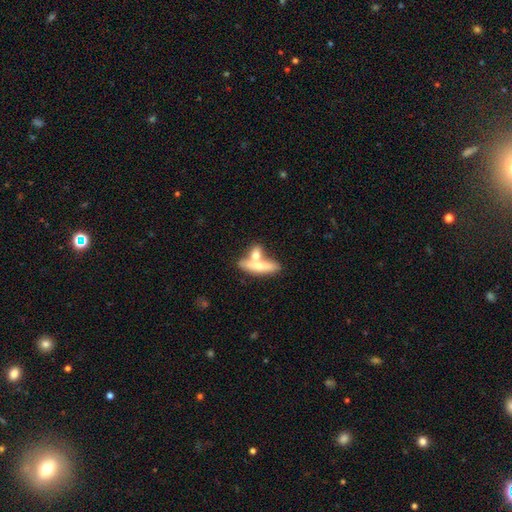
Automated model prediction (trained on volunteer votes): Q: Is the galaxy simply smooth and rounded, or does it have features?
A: smooth — 61%.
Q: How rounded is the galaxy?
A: cigar-shaped — 46%, tied with in between.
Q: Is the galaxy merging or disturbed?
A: merger — 51%.